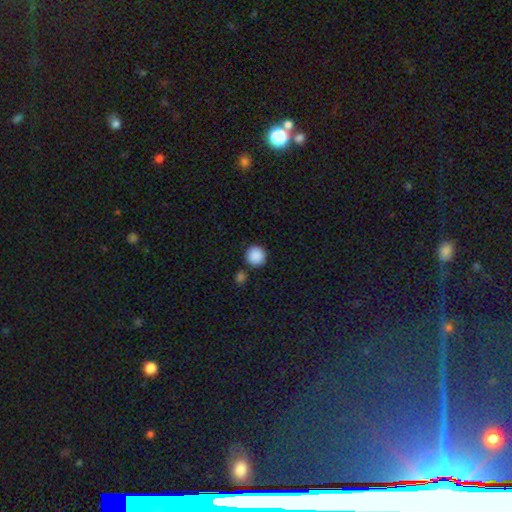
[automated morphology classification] The model was most divided on "merging": none: 86%, minor disturbance: 7%, merger: 6%, major disturbance: 2%. More confident: how rounded — round (95%); smooth or featured — smooth (89%).